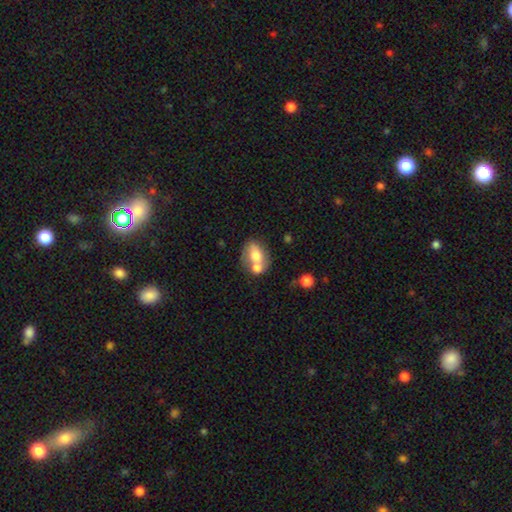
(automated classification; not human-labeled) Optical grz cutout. It shows a smooth galaxy with no disk features (63%) that is in between round and cigar-shaped (67%). Merging: merger (50%).